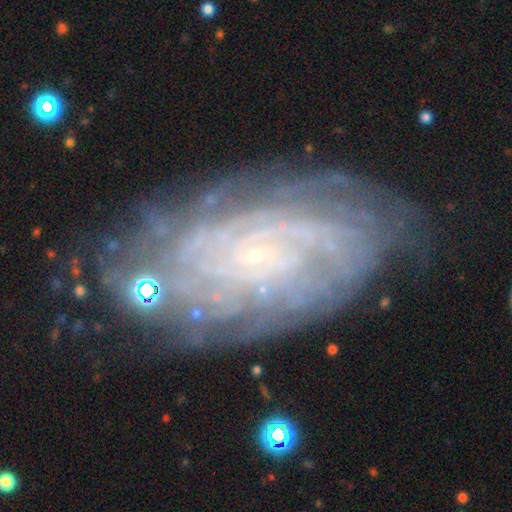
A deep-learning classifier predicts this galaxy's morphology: This appears to be a featured or disk galaxy (83%) with no bar (77%), tight (81%) spiral arms (95%) and a small central bulge (89%). Merging: none (74%).